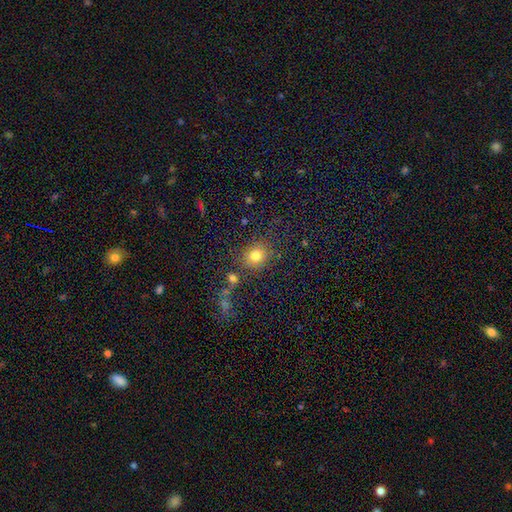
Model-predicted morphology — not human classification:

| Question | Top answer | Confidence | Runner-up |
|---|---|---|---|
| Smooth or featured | smooth | 77% | star or artifact (15%) |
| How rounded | round | 73% | in between (26%) |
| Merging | none | 79% | minor disturbance (11%) |